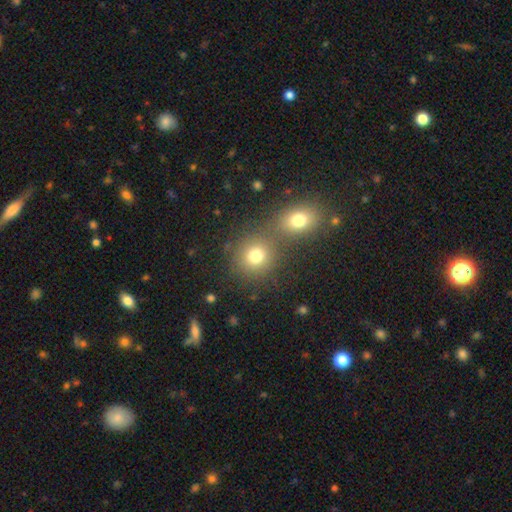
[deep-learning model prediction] A smooth galaxy with no disk features (77%) that is round (83%). Merging: none (55%).